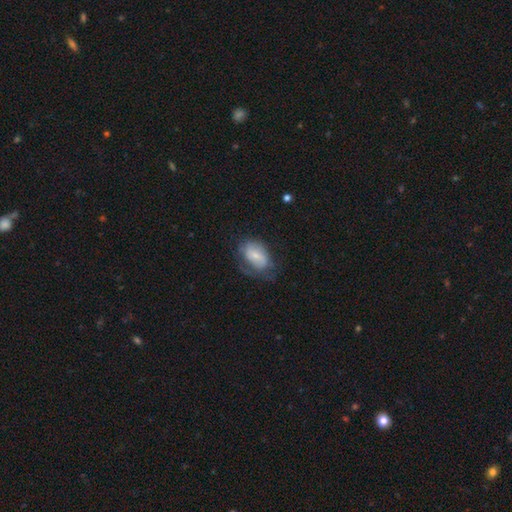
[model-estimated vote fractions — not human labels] Smooth or featured: smooth — 47% (featured or disk — 45%)
Merging: none — 44% (minor disturbance — 29%)